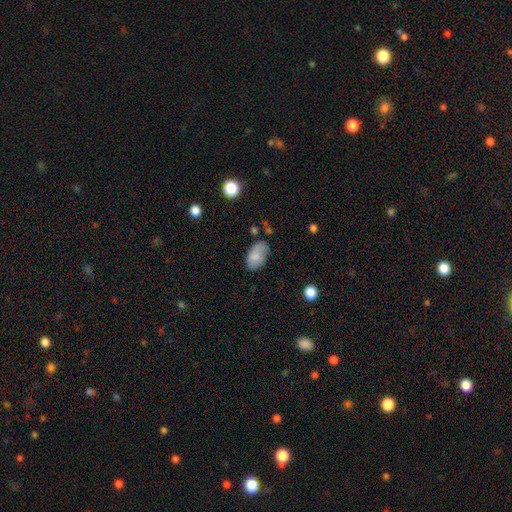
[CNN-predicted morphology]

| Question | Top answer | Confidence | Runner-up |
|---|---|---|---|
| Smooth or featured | smooth | 79% | featured or disk (13%) |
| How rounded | in between | 93% | round (6%) |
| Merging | none | 63% | minor disturbance (27%) |